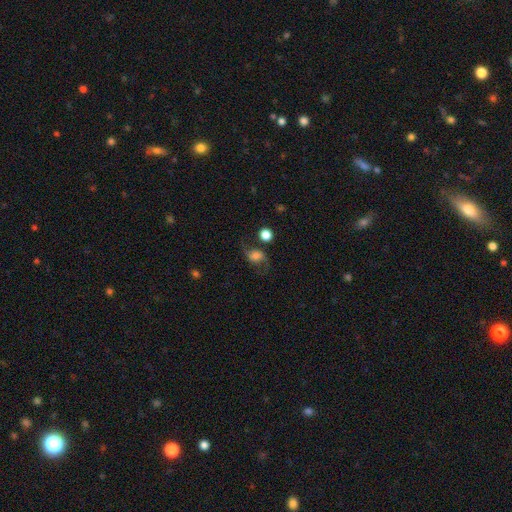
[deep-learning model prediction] This is possibly a featured or disk galaxy (49%). Merging: possibly none (59%).